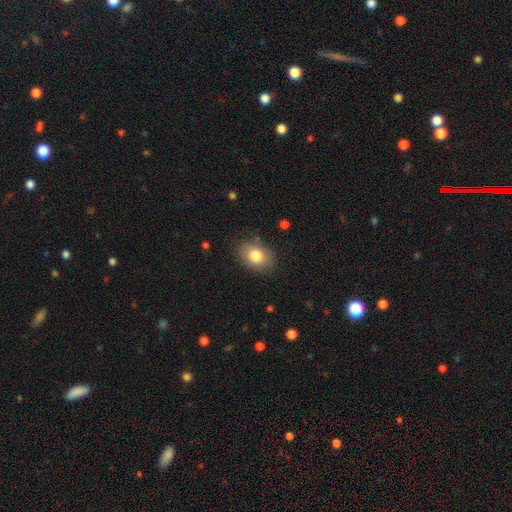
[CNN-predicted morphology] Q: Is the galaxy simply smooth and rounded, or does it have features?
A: smooth — 81%.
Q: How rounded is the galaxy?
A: in between — 72%.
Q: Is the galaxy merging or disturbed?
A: none — 82%.